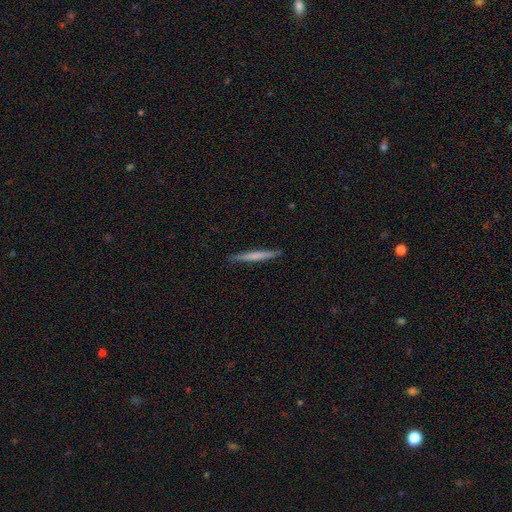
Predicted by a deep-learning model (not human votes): This is possibly a smooth galaxy (58%). How rounded: clearly cigar-shaped (97%). Merging: clearly none (89%).